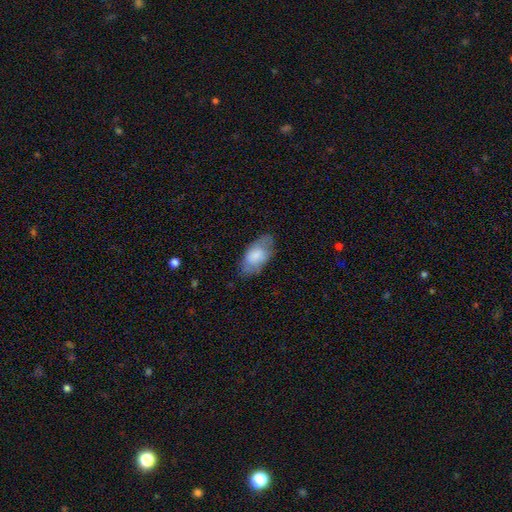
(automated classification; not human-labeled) Smooth or featured? smooth (75%)
How rounded? in between (94%)
Merging? none (69%)